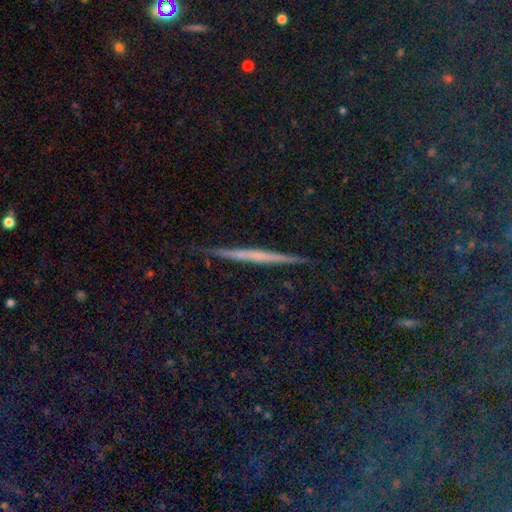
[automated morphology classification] Smooth or featured? featured or disk (55%)
Edge-on disk? yes (96%)
Edge-on bulge? none (72%)
Merging? none (90%)